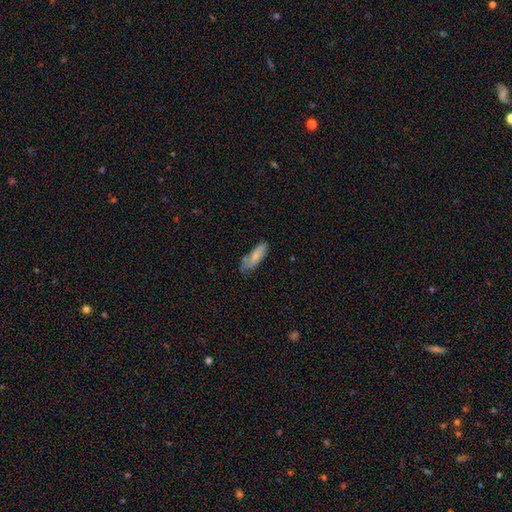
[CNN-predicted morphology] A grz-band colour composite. It shows a smooth galaxy with no disk features (81%) that is in between round and cigar-shaped (50%). Merging: none (58%).